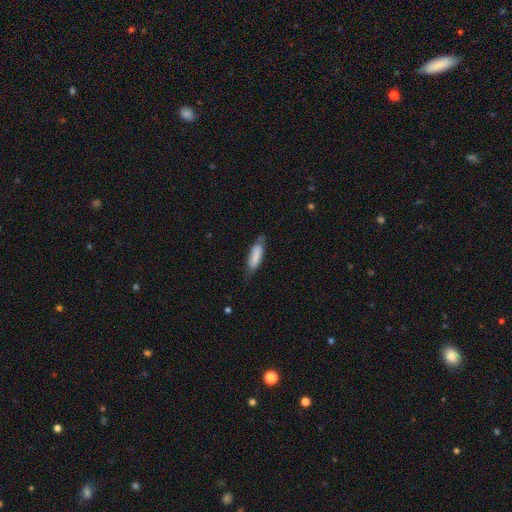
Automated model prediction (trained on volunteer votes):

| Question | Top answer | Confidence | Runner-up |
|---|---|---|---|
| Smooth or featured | smooth | 74% | featured or disk (20%) |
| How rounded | in between | 50% | cigar-shaped (48%) |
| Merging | none | 64% | minor disturbance (27%) |